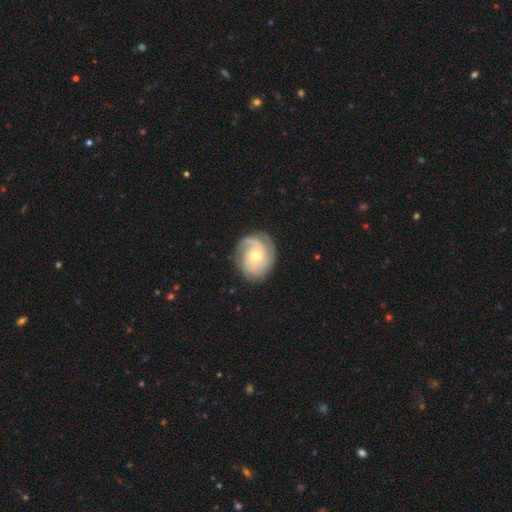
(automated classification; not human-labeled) A featured or disk galaxy (84%) with no bar (75%), 3 (39%) tight (64%) spiral arms (97%) and a small central bulge (53%). Merging: none (78%).